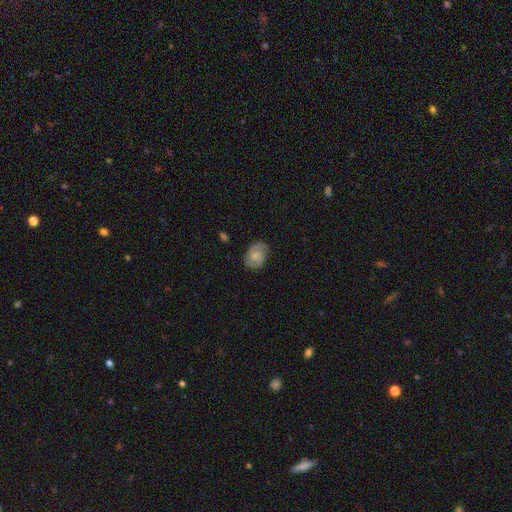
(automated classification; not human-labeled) Morphology: type=featured or disk (57%); edge-on=no (97%); bar=no (70%); spiral arms=yes (89%); bulge=small (50%); merging=none (67%).